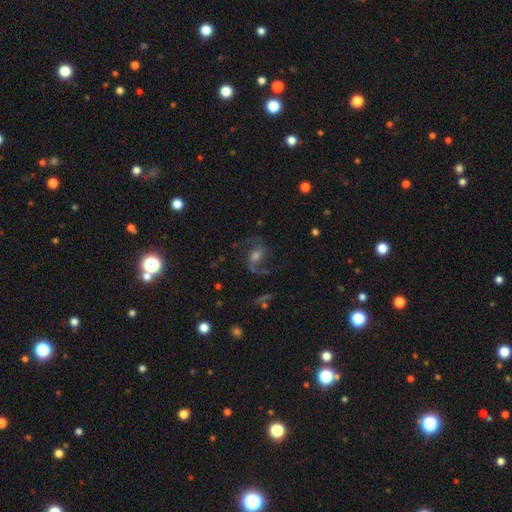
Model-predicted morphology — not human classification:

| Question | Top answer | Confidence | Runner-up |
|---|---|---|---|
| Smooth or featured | featured or disk | 79% | star or artifact (12%) |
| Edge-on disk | no | 97% | yes (3%) |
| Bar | weak | 45% | no (35%) |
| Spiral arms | yes | 95% | no (5%) |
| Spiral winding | loose | 46% | medium (45%) |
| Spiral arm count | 2 | 88% | 1 (4%) |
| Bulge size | moderate | 55% | small (32%) |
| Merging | none | 72% | minor disturbance (13%) |